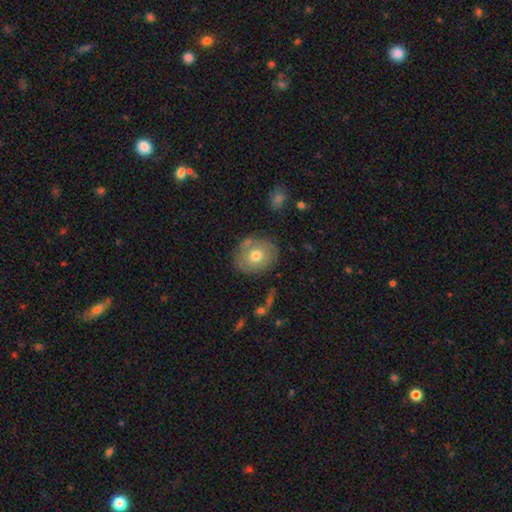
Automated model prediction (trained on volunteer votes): Smooth or featured? Predicted: smooth (p=0.64). How rounded? Predicted: round (p=0.72). Merging? Predicted: none (p=0.77).